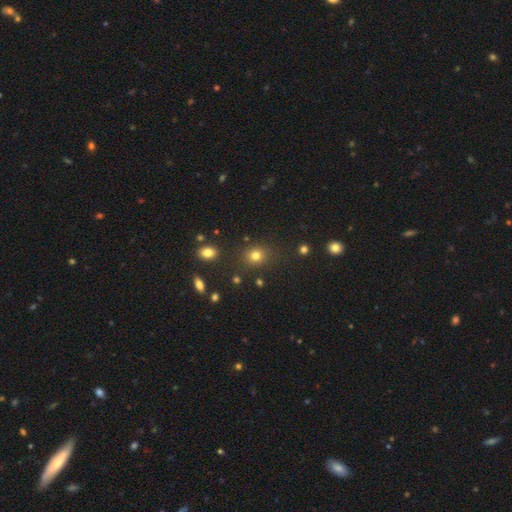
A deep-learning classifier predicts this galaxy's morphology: A smooth galaxy with no disk features (78%) that is round (71%). Merging: none (83%).